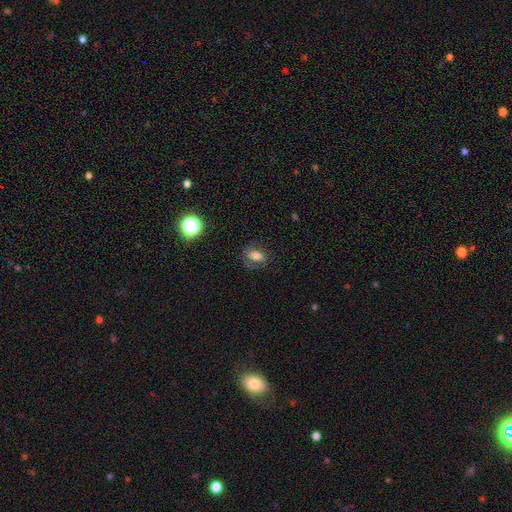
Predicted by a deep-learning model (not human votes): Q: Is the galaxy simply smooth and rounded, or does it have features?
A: smooth — 64%.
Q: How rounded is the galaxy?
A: in between — 81%.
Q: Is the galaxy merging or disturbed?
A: none — 71%.